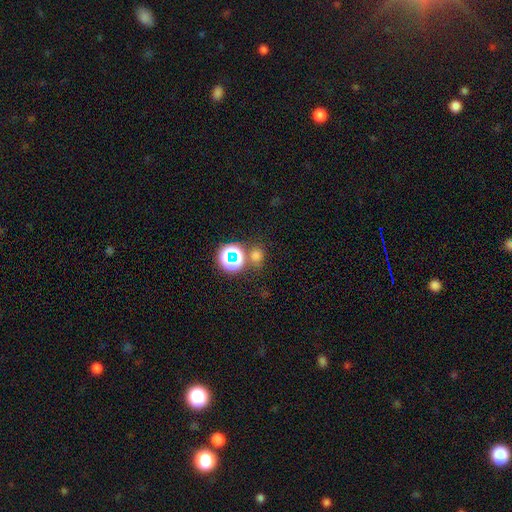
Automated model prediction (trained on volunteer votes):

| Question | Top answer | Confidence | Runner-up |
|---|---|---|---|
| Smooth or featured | smooth | 61% | star or artifact (33%) |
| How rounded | round | 81% | in between (18%) |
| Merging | none | 71% | merger (15%) |